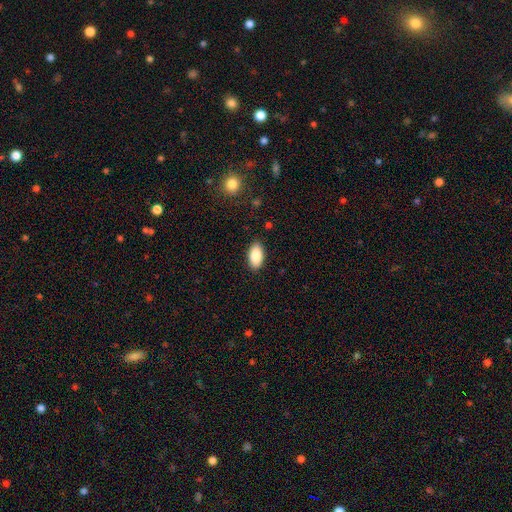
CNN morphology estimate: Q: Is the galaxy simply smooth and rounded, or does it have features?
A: smooth — 86%.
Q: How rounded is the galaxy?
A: in between — 94%.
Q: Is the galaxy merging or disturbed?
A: none — 89%.